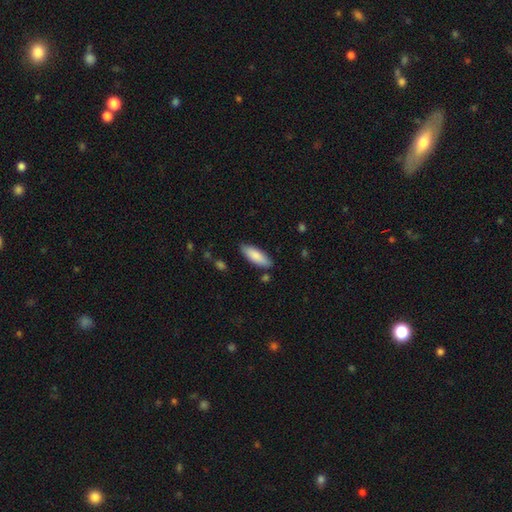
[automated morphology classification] smooth_or_featured: smooth (p=0.86) [alt: featured or disk p=0.09]
how_rounded: in between (p=0.64) [alt: cigar-shaped p=0.35]
merging: none (p=0.84) [alt: minor disturbance p=0.12]